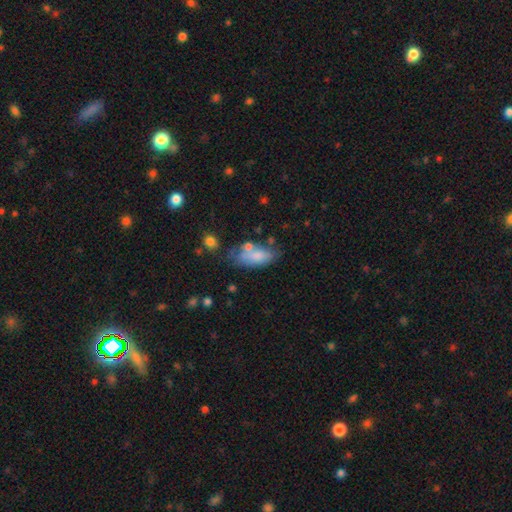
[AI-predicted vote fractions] A smooth galaxy with no disk features (73%) that is in between round and cigar-shaped (86%).

Vote fractions:
- Smooth or featured? smooth: 73% / featured or disk: 19% / star or artifact: 8%
- How rounded? in between: 86% / cigar-shaped: 11% / round: 3%
- Merging? none: 45% / minor disturbance: 26% / merger: 17% / major disturbance: 12%